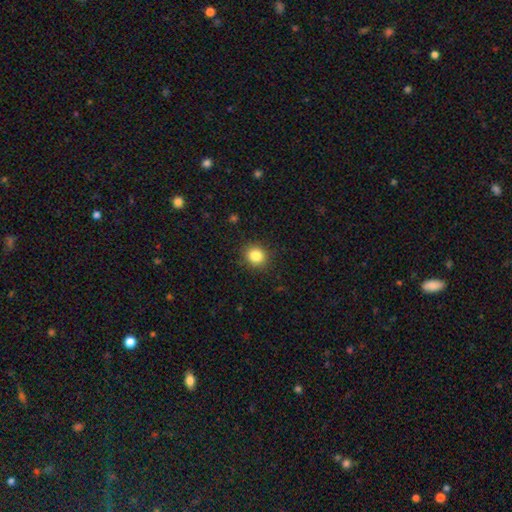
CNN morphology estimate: smooth-or-featured: smooth: 84% | star or artifact: 11% | featured or disk: 5%
  how-rounded: round: 83% | in between: 16% | cigar-shaped: 1%
  merging: none: 89% | minor disturbance: 7% | major disturbance: 2% | merger: 1%